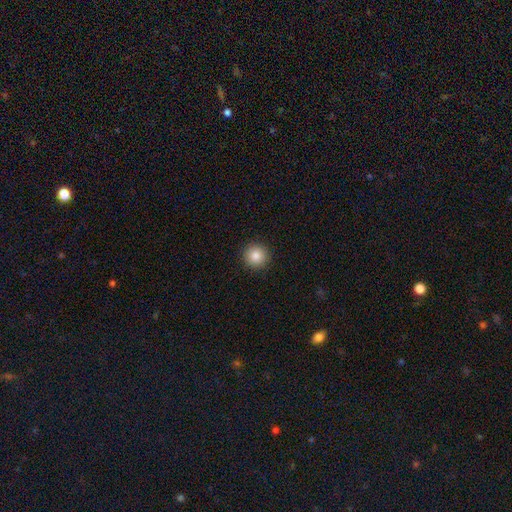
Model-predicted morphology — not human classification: The model was most divided on "smooth or featured": smooth: 85%, star or artifact: 10%, featured or disk: 5%. More confident: how rounded — round (95%); merging — none (93%).